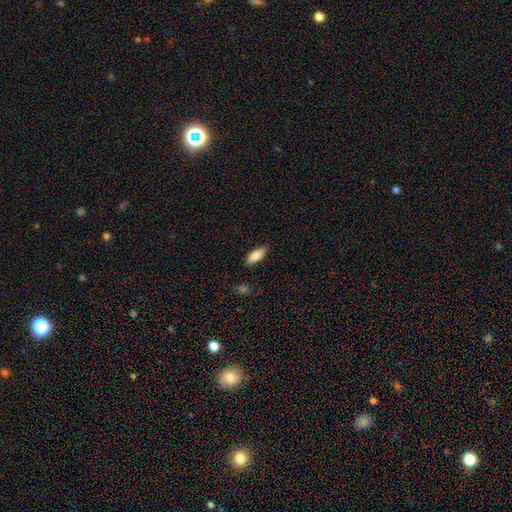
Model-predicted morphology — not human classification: Smooth or featured? smooth (87%)
How rounded? in between (72%)
Merging? none (86%)